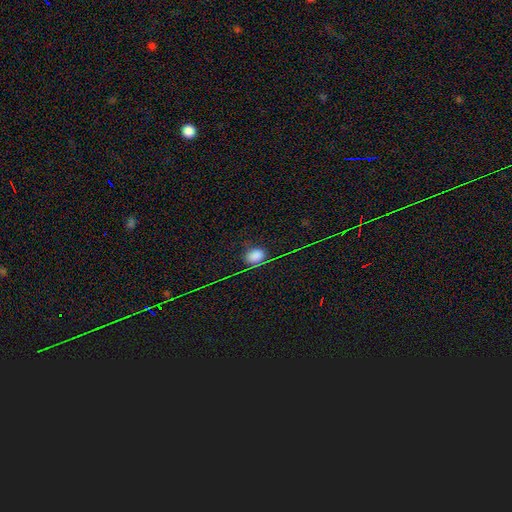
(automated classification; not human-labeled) smooth 67%, star or artifact 24%, featured or disk 9%. Down the decision tree: how rounded — in between (50%); merging — none (73%).